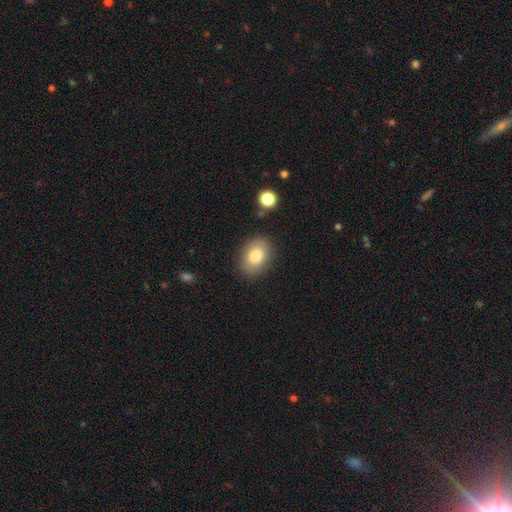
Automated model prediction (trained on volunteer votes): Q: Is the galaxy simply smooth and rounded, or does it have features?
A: smooth — 80%.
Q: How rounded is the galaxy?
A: in between — 75%.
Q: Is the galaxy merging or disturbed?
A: none — 85%.